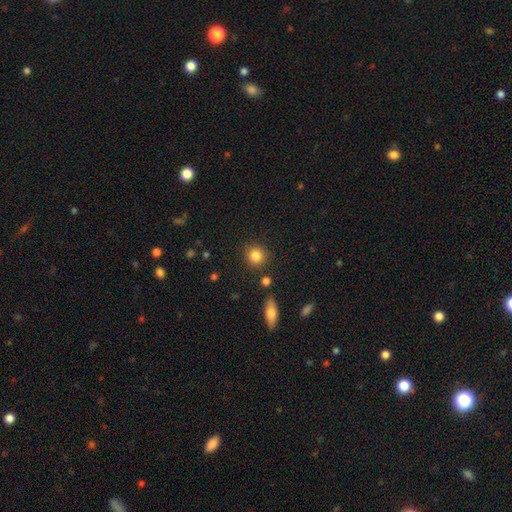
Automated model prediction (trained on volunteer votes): smooth 84%, star or artifact 10%, featured or disk 6%. Down the decision tree: how rounded — round (89%); merging — none (86%).